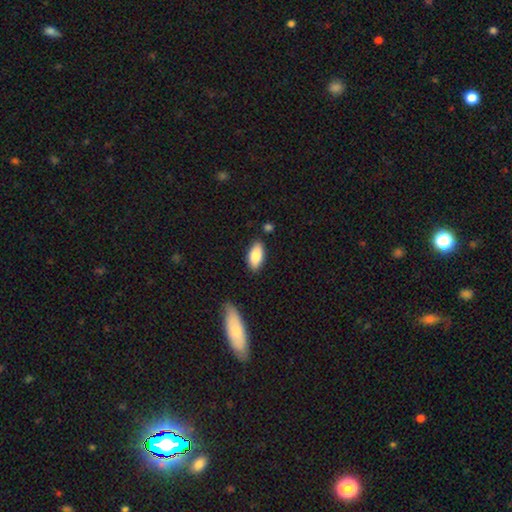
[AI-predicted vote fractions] This is clearly a smooth galaxy (85%). How rounded: clearly in between (90%). Merging: clearly none (83%).